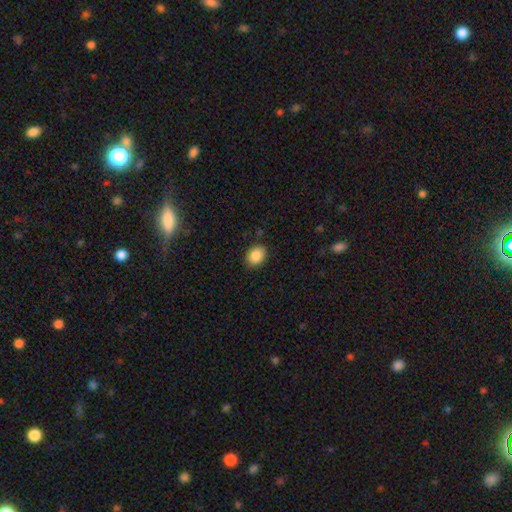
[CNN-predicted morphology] type=smooth (87%); roundness=in between (64%); merging=none (87%).